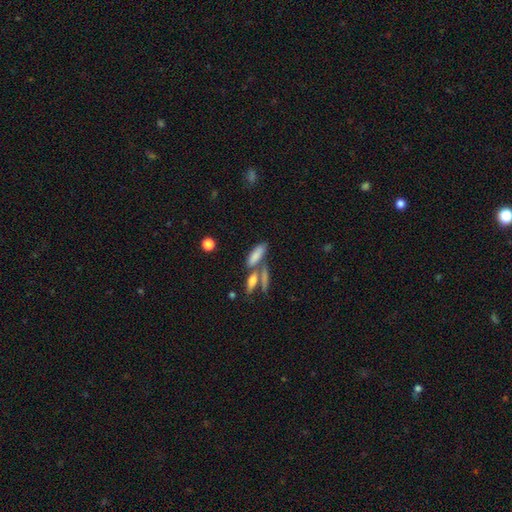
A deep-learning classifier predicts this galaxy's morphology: smooth 73%, featured or disk 18%, star or artifact 9%. Down the decision tree: how rounded — in between (54%); merging — merger (43%).